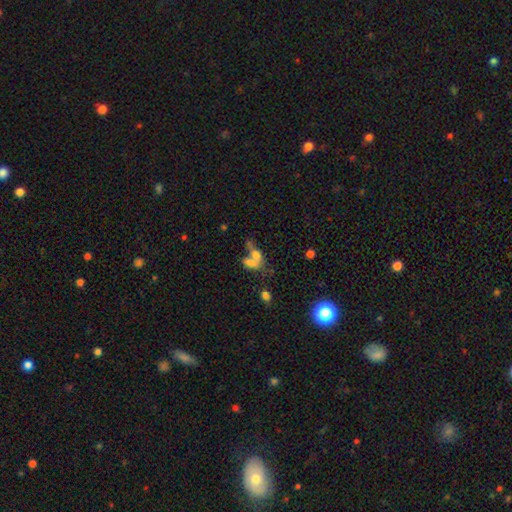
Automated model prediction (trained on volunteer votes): A smooth galaxy with no disk features (58%) that is in between round and cigar-shaped (75%). Merging: merger (62%).